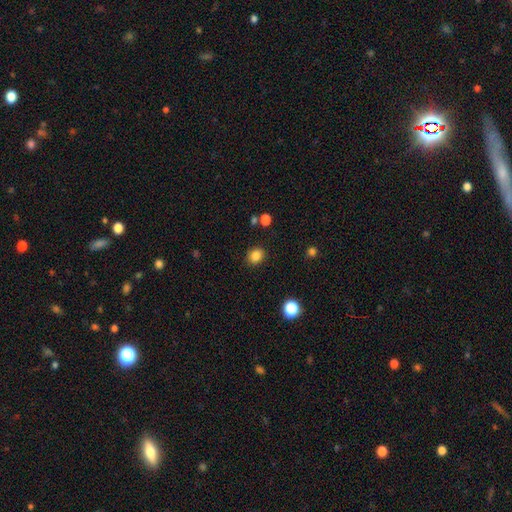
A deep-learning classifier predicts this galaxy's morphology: Smooth or featured? smooth (84%)
How rounded? round (77%)
Merging? none (88%)